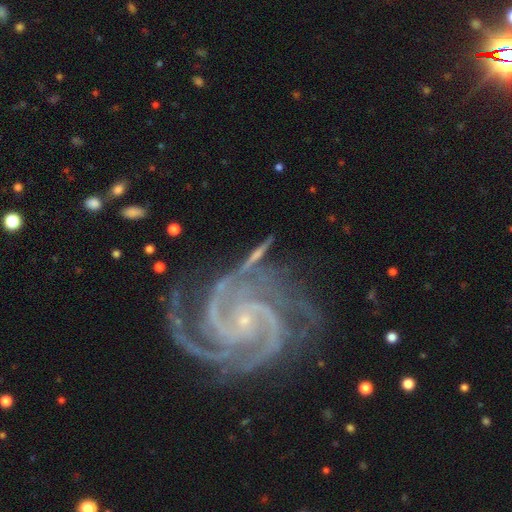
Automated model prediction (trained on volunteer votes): The model was most divided on "edge-on disk": no: 53%, yes: 47%. More confident: smooth or featured — featured or disk (72%); merging — none (63%).